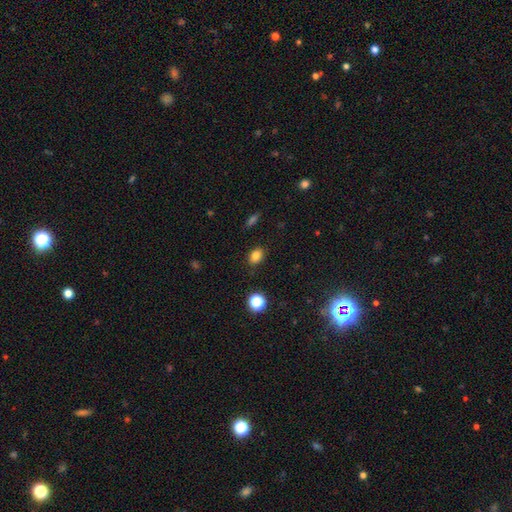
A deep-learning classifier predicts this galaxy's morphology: Smooth or featured?
  - smooth: 82% *
  - star or artifact: 13%
  - featured or disk: 6%
How rounded?
  - in between: 70% *
  - round: 28%
  - cigar-shaped: 1%
Merging?
  - none: 86% *
  - minor disturbance: 10%
  - major disturbance: 3%
  - merger: 2%